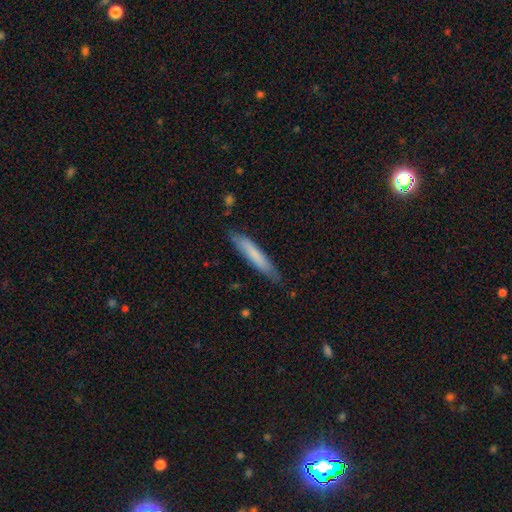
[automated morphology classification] Smooth or featured?
  - smooth: 74% *
  - featured or disk: 20%
  - star or artifact: 5%
How rounded?
  - cigar-shaped: 91% *
  - in between: 8%
  - round: 1%
Merging?
  - none: 80% *
  - minor disturbance: 16%
  - major disturbance: 3%
  - merger: 1%